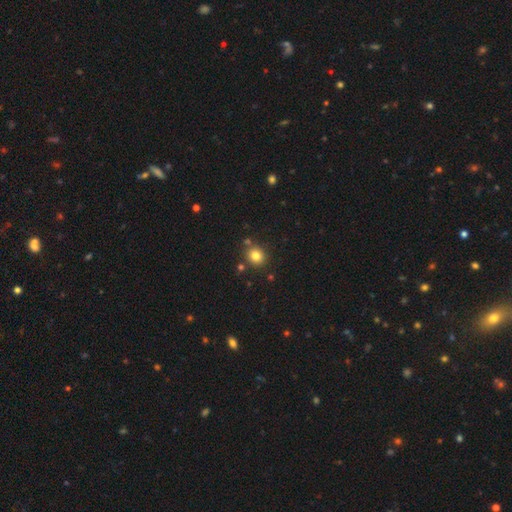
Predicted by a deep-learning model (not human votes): Q: Smooth or featured?
A: smooth (81%); runner-up: star or artifact (12%)
Q: How rounded?
A: round (76%); runner-up: in between (23%)
Q: Merging?
A: none (81%); runner-up: minor disturbance (9%)